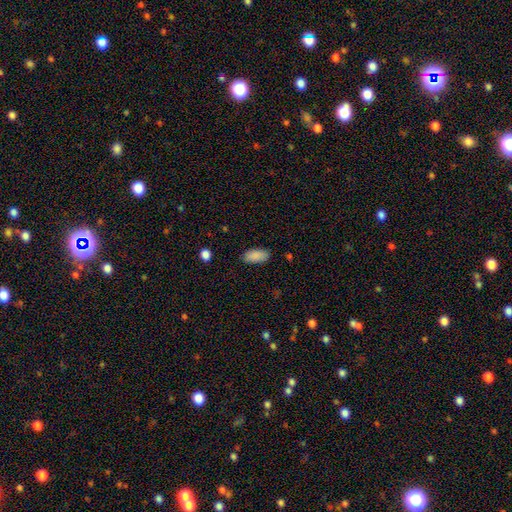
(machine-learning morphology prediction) A smooth galaxy with no disk features (89%) that is in between round and cigar-shaped (90%).

Vote fractions:
- Smooth or featured? smooth: 89% / star or artifact: 7% / featured or disk: 5%
- How rounded? in between: 90% / cigar-shaped: 8% / round: 2%
- Merging? none: 83% / minor disturbance: 13% / major disturbance: 3% / merger: 1%